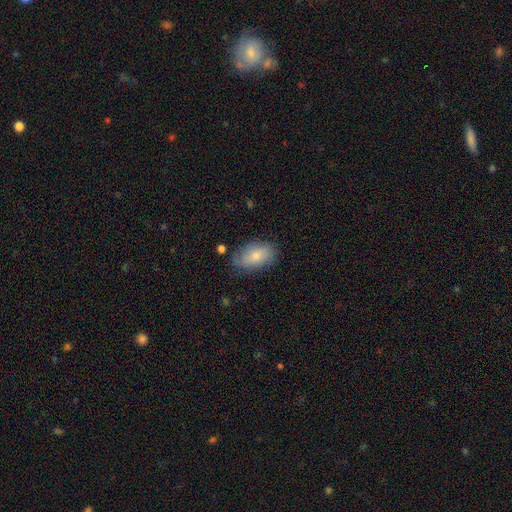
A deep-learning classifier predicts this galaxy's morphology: Smooth or featured: smooth — 73% (featured or disk — 20%)
How rounded: in between — 92% (round — 6%)
Merging: none — 74% (minor disturbance — 20%)